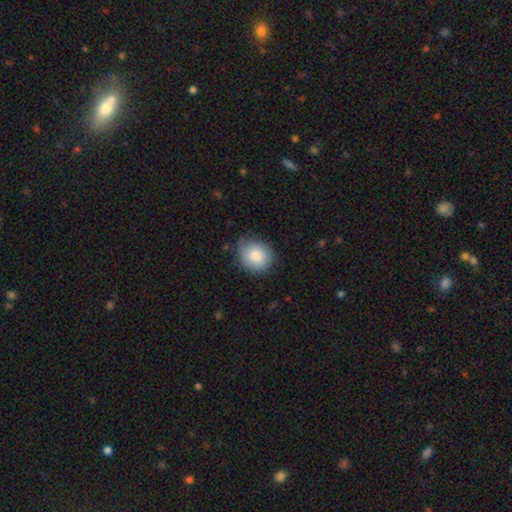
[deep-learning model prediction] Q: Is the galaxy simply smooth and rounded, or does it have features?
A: smooth — 84%.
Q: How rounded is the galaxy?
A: round — 71%.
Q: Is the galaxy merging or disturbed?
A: none — 75%.